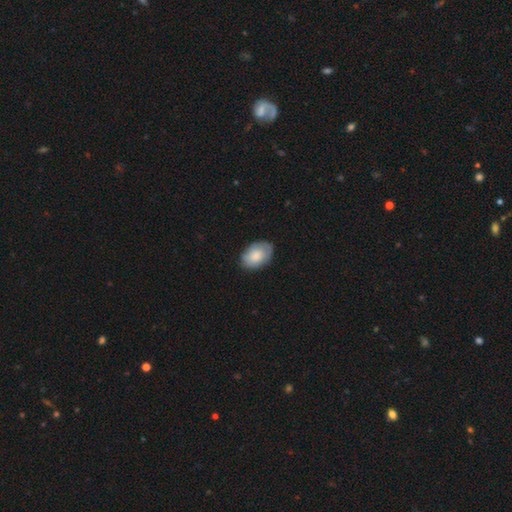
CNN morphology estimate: smooth-or-featured: smooth: 76% | featured or disk: 18% | star or artifact: 6%
  how-rounded: in between: 87% | round: 12% | cigar-shaped: 1%
  merging: none: 78% | minor disturbance: 18% | major disturbance: 3% | merger: 1%